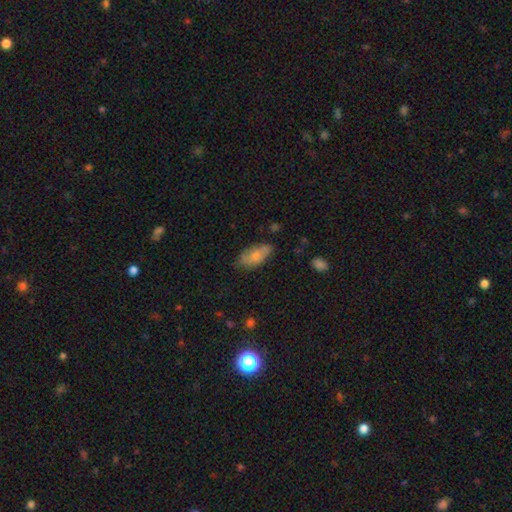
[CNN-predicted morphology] Smooth or featured? Predicted: smooth (p=0.69). How rounded? Predicted: in between (p=0.88). Merging? Predicted: none (p=0.64).